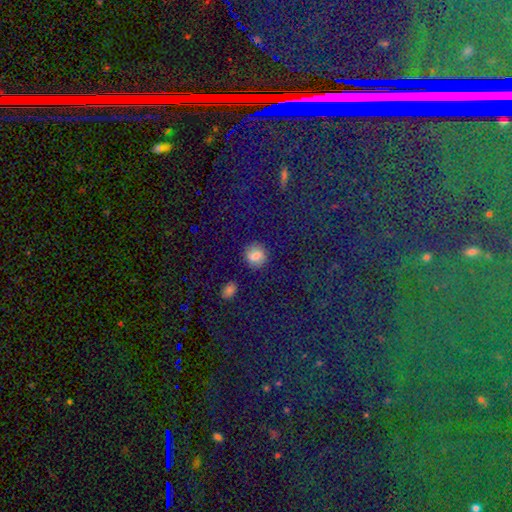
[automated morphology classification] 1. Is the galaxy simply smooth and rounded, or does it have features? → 71% smooth, 20% star or artifact, 9% featured or disk.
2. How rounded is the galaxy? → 85% round, 14% in between, 2% cigar-shaped.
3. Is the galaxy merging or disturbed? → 85% none, 10% minor disturbance, 3% major disturbance, 2% merger.